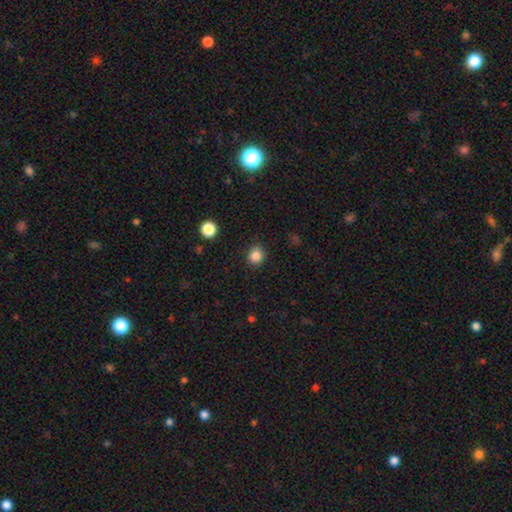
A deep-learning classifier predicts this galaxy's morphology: This appears to be a smooth galaxy with no disk features (85%) that is round (79%). Merging: none (87%).